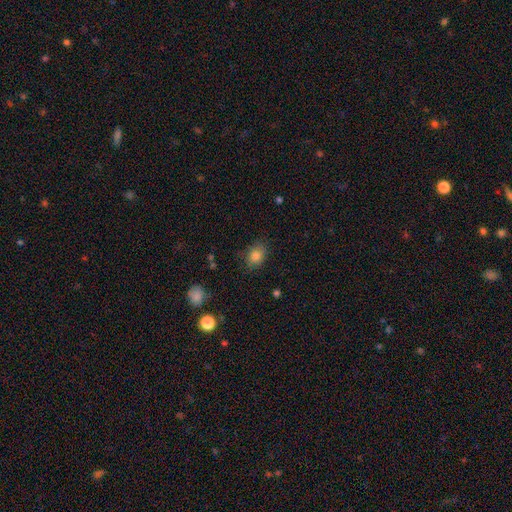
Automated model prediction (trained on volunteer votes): Q: Smooth or featured?
A: smooth (84%); runner-up: star or artifact (10%)
Q: How rounded?
A: in between (60%); runner-up: round (38%)
Q: Merging?
A: none (80%); runner-up: minor disturbance (15%)